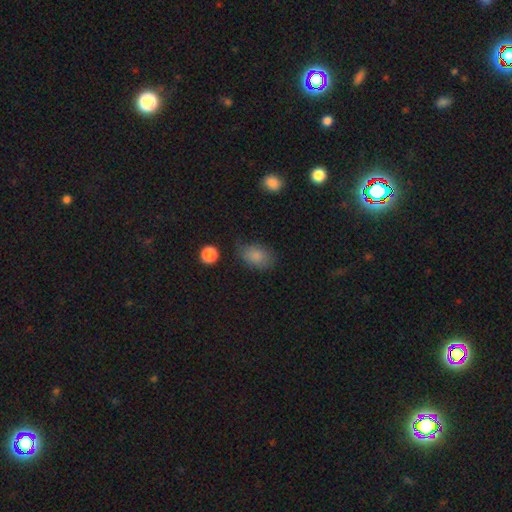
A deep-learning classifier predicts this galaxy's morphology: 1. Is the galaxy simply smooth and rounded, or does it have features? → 83% smooth, 10% star or artifact, 7% featured or disk.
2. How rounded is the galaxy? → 83% in between, 16% round, 1% cigar-shaped.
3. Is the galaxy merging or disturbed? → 67% none, 24% minor disturbance, 7% major disturbance, 2% merger.